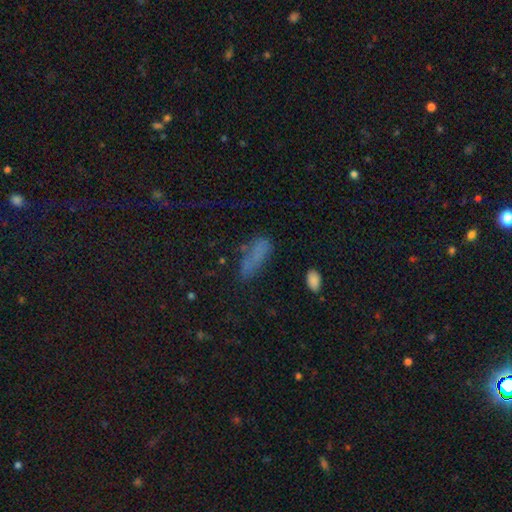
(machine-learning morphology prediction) Q: Smooth or featured?
A: smooth (62%); runner-up: star or artifact (22%)
Q: How rounded?
A: in between (57%); runner-up: cigar-shaped (39%)
Q: Merging?
A: none (52%); runner-up: minor disturbance (24%)